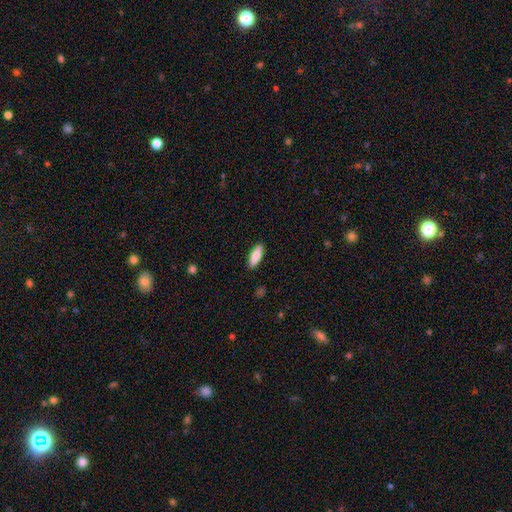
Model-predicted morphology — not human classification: smooth 81%, featured or disk 13%, star or artifact 6%. Down the decision tree: how rounded — in between (61%); merging — none (90%).